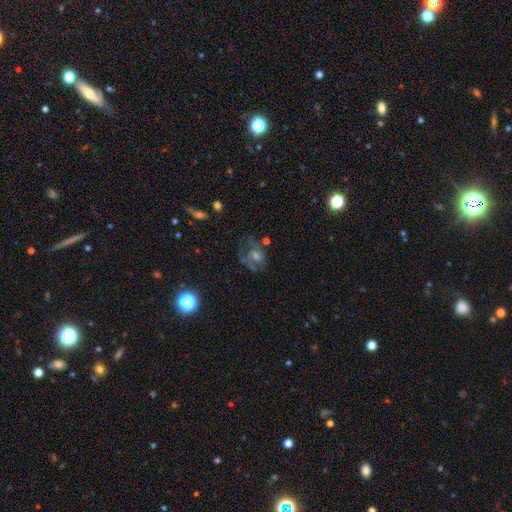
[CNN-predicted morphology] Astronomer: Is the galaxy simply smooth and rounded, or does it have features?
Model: featured or disk — 52%.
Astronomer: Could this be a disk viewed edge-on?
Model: no — 96%.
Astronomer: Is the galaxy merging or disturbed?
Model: none — 51%.